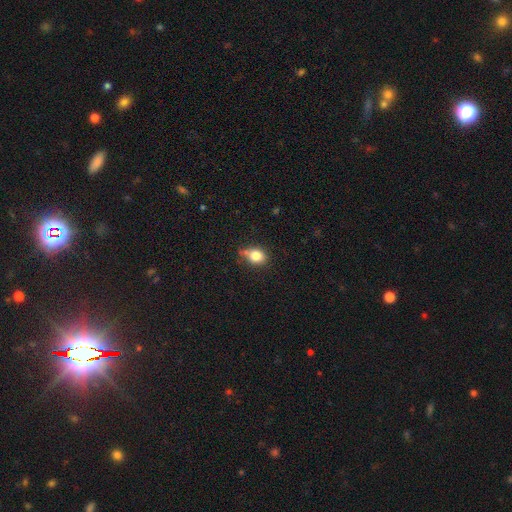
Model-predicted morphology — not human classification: Q: Smooth or featured?
A: smooth (80%); runner-up: star or artifact (11%)
Q: How rounded?
A: round (50%); runner-up: in between (48%)
Q: Merging?
A: none (58%); runner-up: minor disturbance (29%)